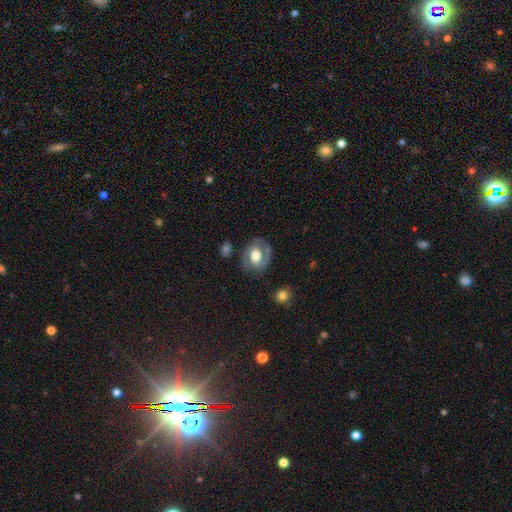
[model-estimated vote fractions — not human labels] smooth_or_featured: featured or disk (p=0.68) [alt: smooth p=0.26]
disk_edge_on: no (p=0.97) [alt: yes p=0.03]
bar: no (p=0.44) [alt: weak p=0.38]
has_spiral_arms: yes (p=0.79) [alt: no p=0.21]
spiral_winding: medium (p=0.45) [alt: tight p=0.40]
spiral_arm_count: 2 (p=0.83) [alt: can't tell p=0.08]
bulge_size: moderate (p=0.59) [alt: large p=0.31]
merging: none (p=0.76) [alt: minor disturbance p=0.16]